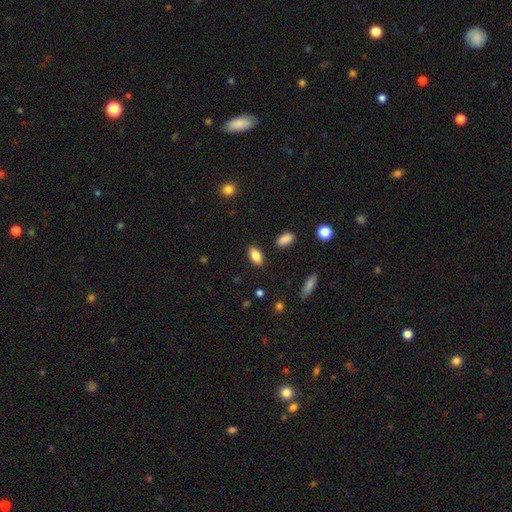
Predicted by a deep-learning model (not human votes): Morphology: type=smooth (82%); roundness=in between (89%); merging=none (87%).